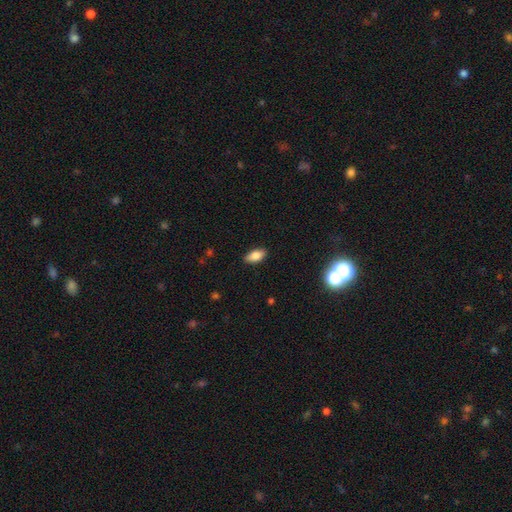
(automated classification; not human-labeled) Q: Smooth or featured?
A: smooth (83%); runner-up: featured or disk (9%)
Q: How rounded?
A: in between (89%); runner-up: cigar-shaped (8%)
Q: Merging?
A: none (88%); runner-up: minor disturbance (9%)